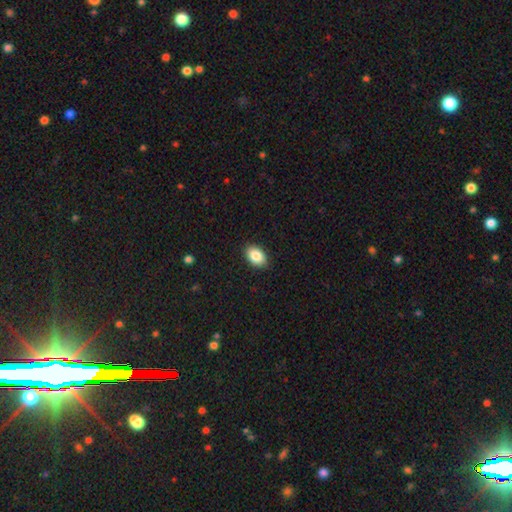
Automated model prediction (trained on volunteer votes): Smooth or featured?
  - smooth: 86% *
  - star or artifact: 7%
  - featured or disk: 7%
How rounded?
  - in between: 88% *
  - round: 11%
  - cigar-shaped: 1%
Merging?
  - none: 89% *
  - minor disturbance: 8%
  - major disturbance: 2%
  - merger: 1%